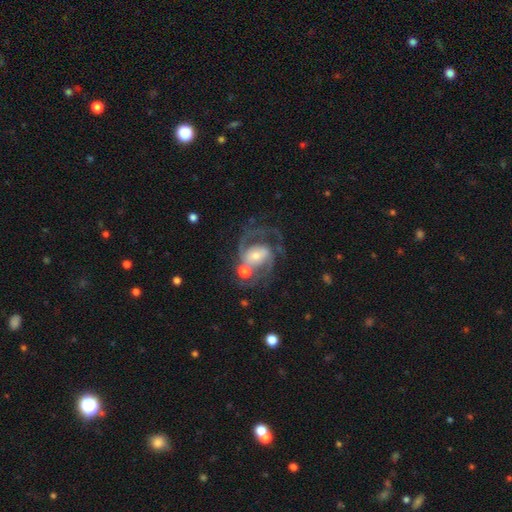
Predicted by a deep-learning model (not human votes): Overall: featured or disk (83%). Edge-on disk: no (97%). Bar: no (44%; weak 38%). Spiral arms: yes (94%). Spiral arm count: 2 (65%). Spiral winding: medium (53%; tight 25%). Bulge size: small (45%; moderate 41%). Merging: none (43%; merger 22%).